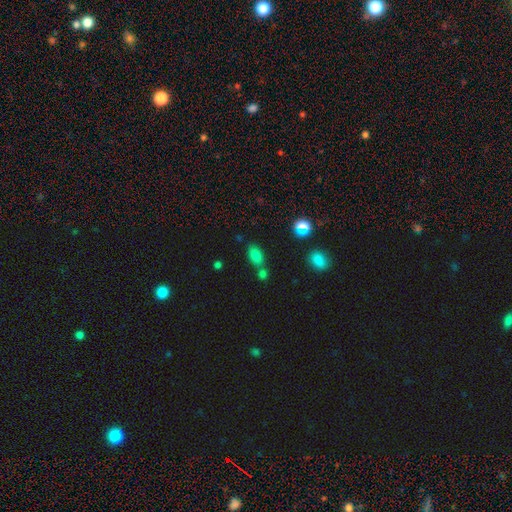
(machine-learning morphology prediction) Smooth or featured: smooth — 78% (star or artifact — 16%)
How rounded: in between — 87% (round — 10%)
Merging: none — 57% (merger — 27%)